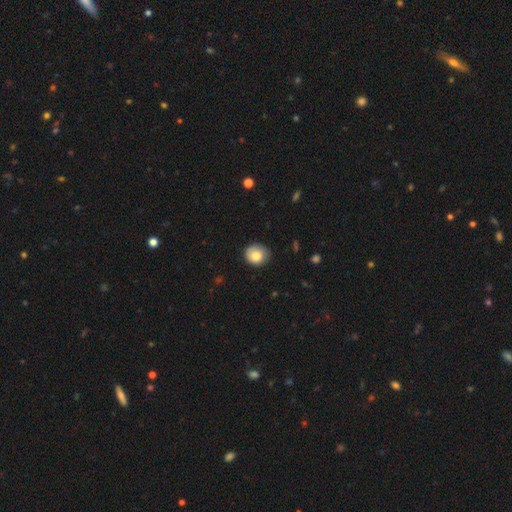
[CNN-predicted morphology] A smooth galaxy with no disk features (79%) that is round (78%). Merging: none (73%).